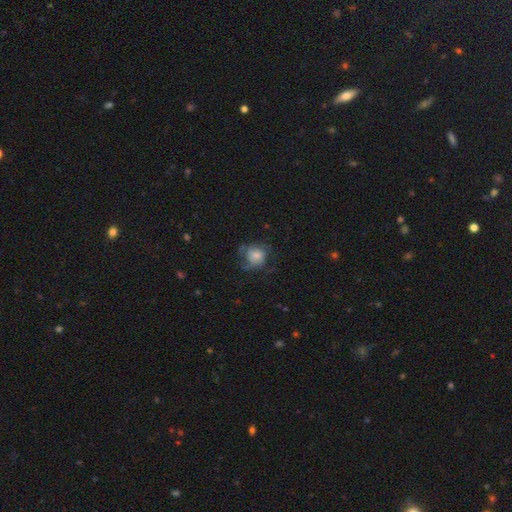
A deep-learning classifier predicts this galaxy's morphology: Smooth or featured? Predicted: smooth (p=0.47). Merging? Predicted: none (p=0.52).